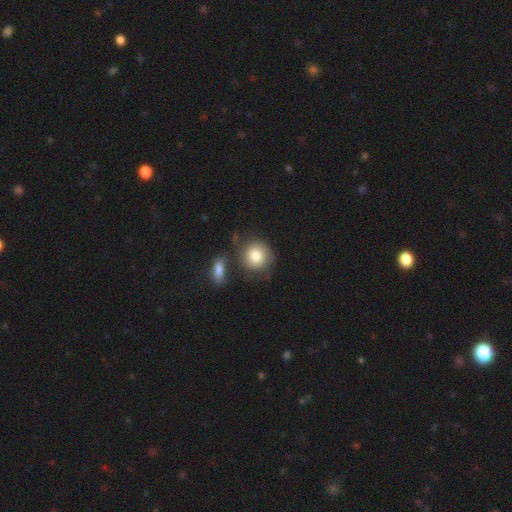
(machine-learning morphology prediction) This is clearly a smooth galaxy (82%). How rounded: clearly round (88%). Merging: likely none (66%).